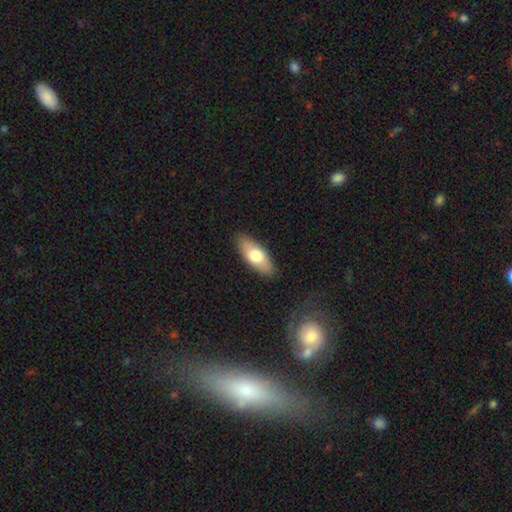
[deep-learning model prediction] smooth 69%, featured or disk 25%, star or artifact 6%. Down the decision tree: how rounded — in between (78%); merging — none (88%).